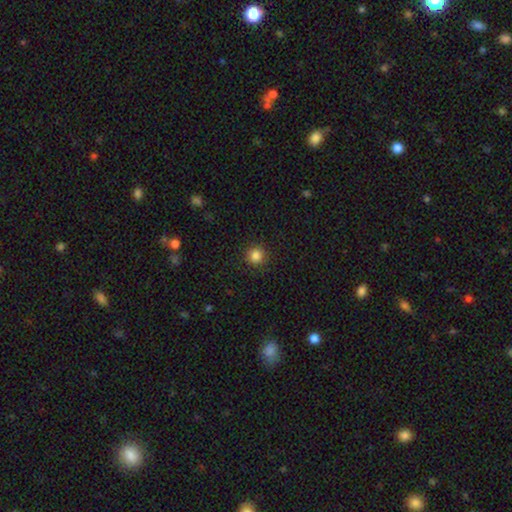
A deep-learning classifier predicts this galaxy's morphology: A smooth galaxy with no disk features (85%) that is round (94%).

Vote fractions:
- Smooth or featured? smooth: 85% / star or artifact: 11% / featured or disk: 4%
- How rounded? round: 94% / in between: 5% / cigar-shaped: 1%
- Merging? none: 92% / minor disturbance: 5% / major disturbance: 2% / merger: 1%